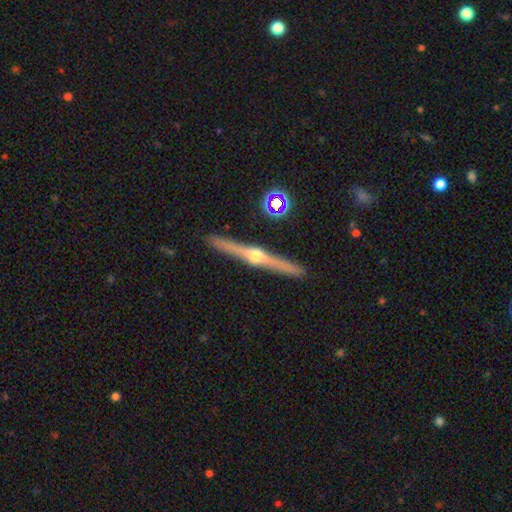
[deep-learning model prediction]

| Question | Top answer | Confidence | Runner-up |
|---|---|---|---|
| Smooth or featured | featured or disk | 81% | smooth (12%) |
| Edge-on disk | yes | 98% | no (2%) |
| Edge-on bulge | rounded | 95% | none (3%) |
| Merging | none | 91% | minor disturbance (6%) |